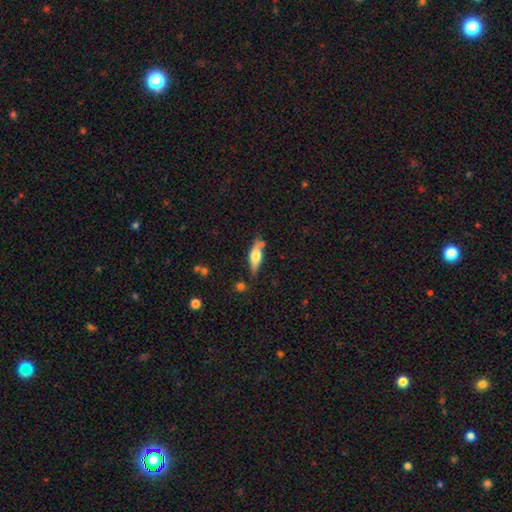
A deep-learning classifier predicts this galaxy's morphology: smooth_or_featured: smooth (p=0.52) [alt: featured or disk p=0.41]
how_rounded: in between (p=0.51) [alt: cigar-shaped p=0.46]
merging: none (p=0.72) [alt: minor disturbance p=0.17]